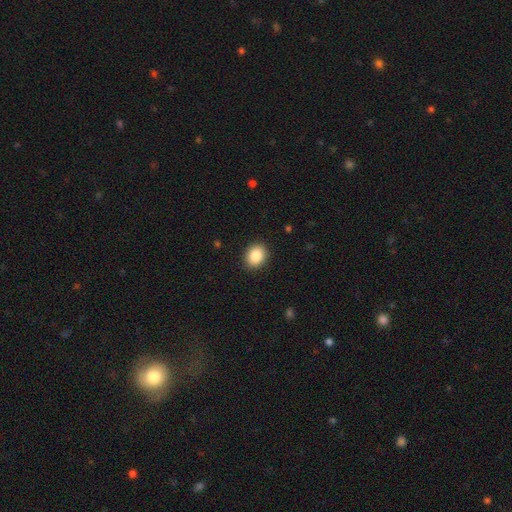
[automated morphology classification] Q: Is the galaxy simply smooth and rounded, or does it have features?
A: smooth — 87%.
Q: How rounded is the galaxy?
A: round — 51%.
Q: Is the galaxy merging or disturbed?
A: none — 90%.